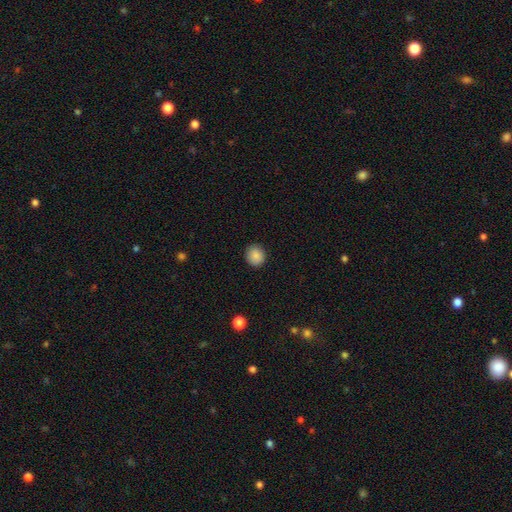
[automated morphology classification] smooth-or-featured: smooth: 88% | star or artifact: 9% | featured or disk: 3%
  how-rounded: round: 83% | in between: 16% | cigar-shaped: 1%
  merging: none: 91% | minor disturbance: 6% | major disturbance: 2% | merger: 1%